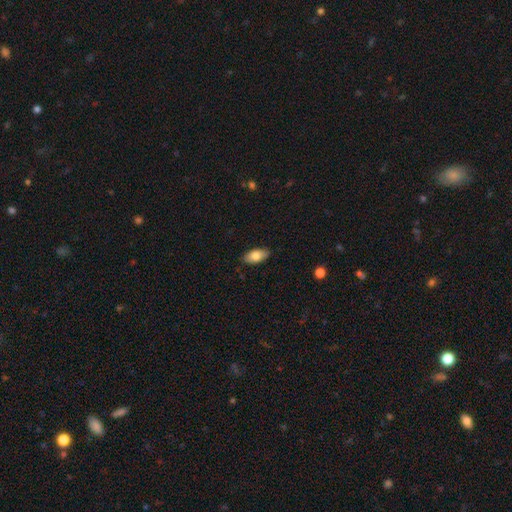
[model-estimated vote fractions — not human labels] Smooth or featured: smooth — 80% (featured or disk — 14%)
How rounded: in between — 90% (cigar-shaped — 7%)
Merging: none — 86% (minor disturbance — 11%)